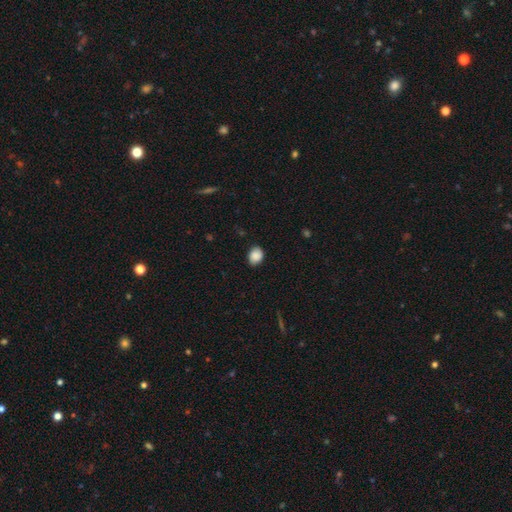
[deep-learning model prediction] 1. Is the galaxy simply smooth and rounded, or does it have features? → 88% smooth, 8% star or artifact, 4% featured or disk.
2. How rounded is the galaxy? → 58% in between, 42% round, 1% cigar-shaped.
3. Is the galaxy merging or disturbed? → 83% none, 14% minor disturbance, 2% major disturbance, 1% merger.